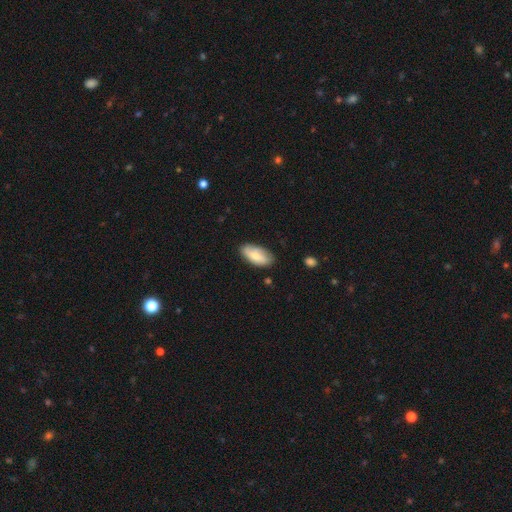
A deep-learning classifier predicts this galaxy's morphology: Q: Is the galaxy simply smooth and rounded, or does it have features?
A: smooth — 71%.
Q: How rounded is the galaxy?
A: in between — 91%.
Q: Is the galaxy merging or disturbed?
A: none — 75%.